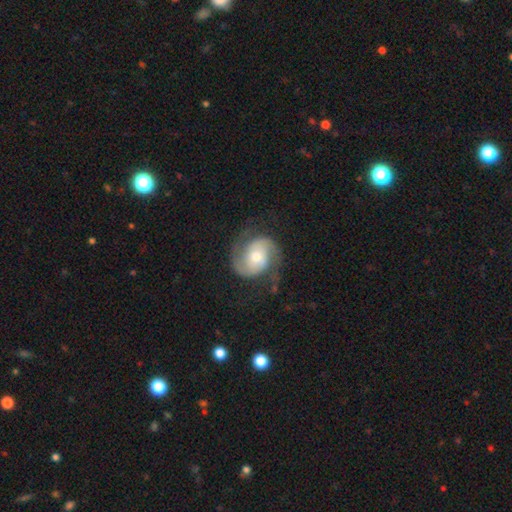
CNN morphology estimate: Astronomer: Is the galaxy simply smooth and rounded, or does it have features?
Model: featured or disk — 85%.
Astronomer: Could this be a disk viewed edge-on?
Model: no — 98%.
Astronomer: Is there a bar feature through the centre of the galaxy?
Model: no — 59%.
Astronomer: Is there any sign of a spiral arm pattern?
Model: yes — 96%.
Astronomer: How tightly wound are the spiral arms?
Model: medium — 49% (runner-up: tight, 31%).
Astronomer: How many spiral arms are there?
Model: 2 — 91%.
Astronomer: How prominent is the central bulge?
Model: moderate — 61%.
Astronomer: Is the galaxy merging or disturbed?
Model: none — 73%.